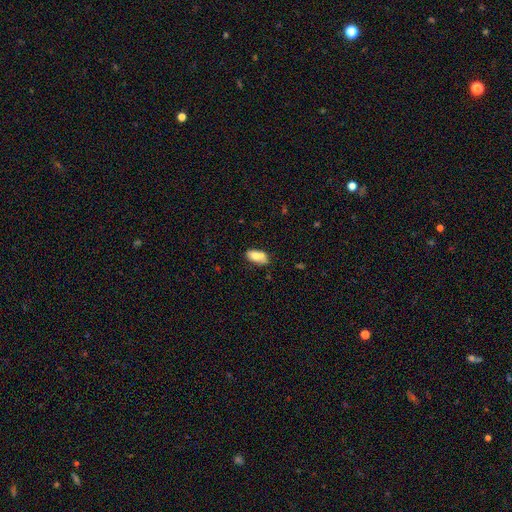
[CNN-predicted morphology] Smooth or featured? Predicted: smooth (p=0.71). How rounded? Predicted: in between (p=0.88). Merging? Predicted: none (p=0.46).